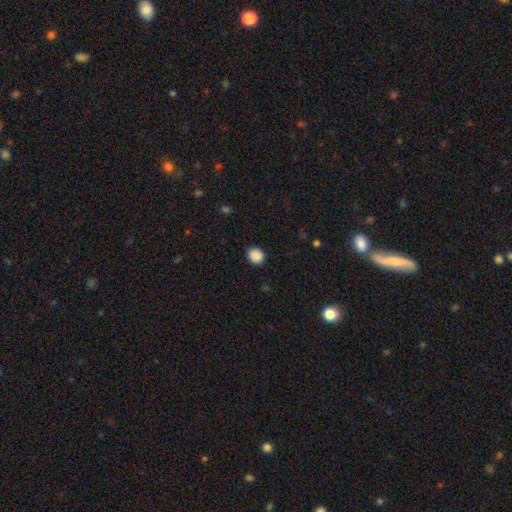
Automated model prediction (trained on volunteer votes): Smooth or featured? Predicted: smooth (p=0.89). How rounded? Predicted: round (p=0.70). Merging? Predicted: none (p=0.89).